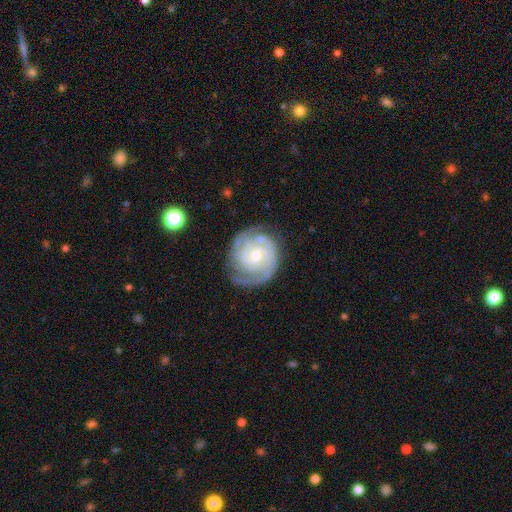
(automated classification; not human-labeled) This is clearly a featured or disk galaxy (83%). It is clearly not viewed edge-on (98%). Bar: likely no (63%). Spiral arm pattern: clearly yes (94%). Spiral arm count: marginally 2 (40%). Spiral winding: likely tight (65%). Central bulge: possibly small (52%). Merging: likely none (68%).